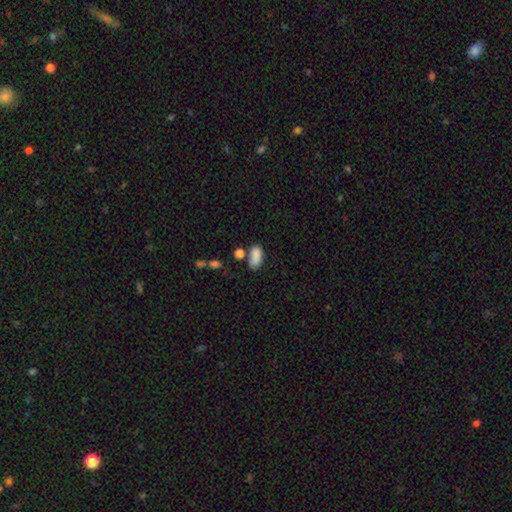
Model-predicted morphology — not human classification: smooth_or_featured: smooth (p=0.85) [alt: star or artifact p=0.09]
how_rounded: in between (p=0.90) [alt: cigar-shaped p=0.06]
merging: none (p=0.58) [alt: minor disturbance p=0.19]